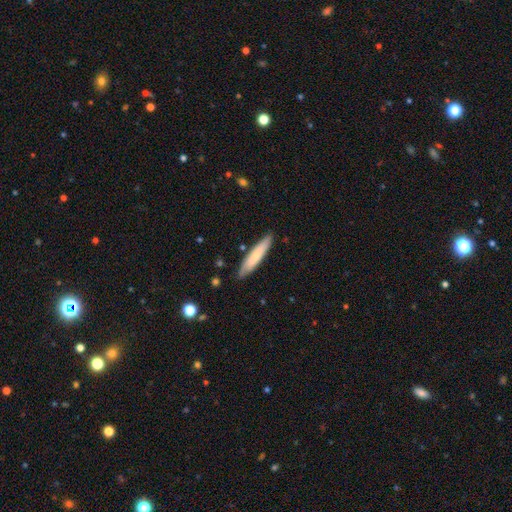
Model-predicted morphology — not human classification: Smooth or featured: smooth — 73% (featured or disk — 22%)
How rounded: cigar-shaped — 87% (in between — 12%)
Merging: none — 85% (minor disturbance — 11%)